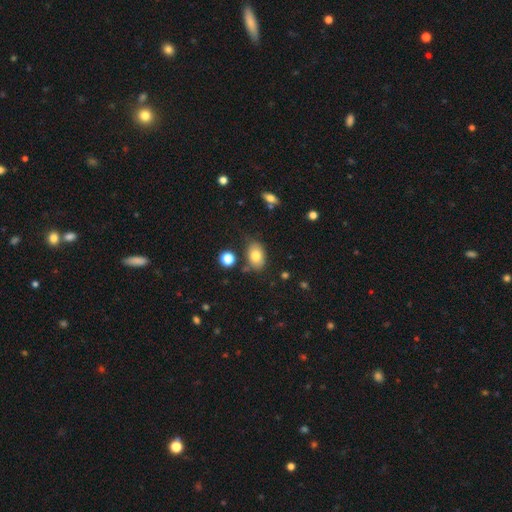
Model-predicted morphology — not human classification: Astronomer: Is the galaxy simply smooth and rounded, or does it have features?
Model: smooth — 80%.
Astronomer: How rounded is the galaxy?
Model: in between — 84%.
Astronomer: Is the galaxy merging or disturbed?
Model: none — 74%.